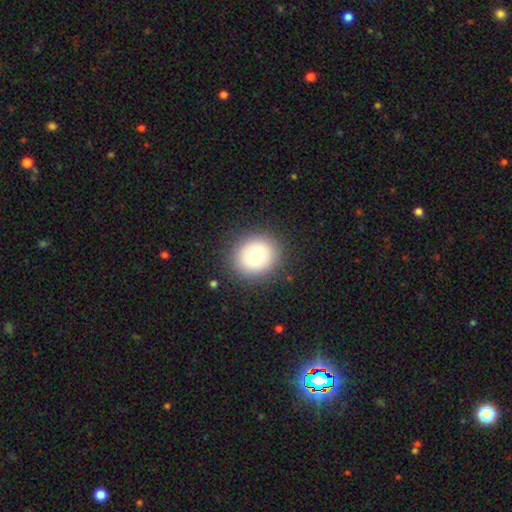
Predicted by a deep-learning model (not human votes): Smooth or featured?
  - smooth: 77% *
  - featured or disk: 13%
  - star or artifact: 10%
How rounded?
  - round: 80% *
  - in between: 20%
  - cigar-shaped: 1%
Merging?
  - none: 88% *
  - minor disturbance: 7%
  - major disturbance: 3%
  - merger: 1%